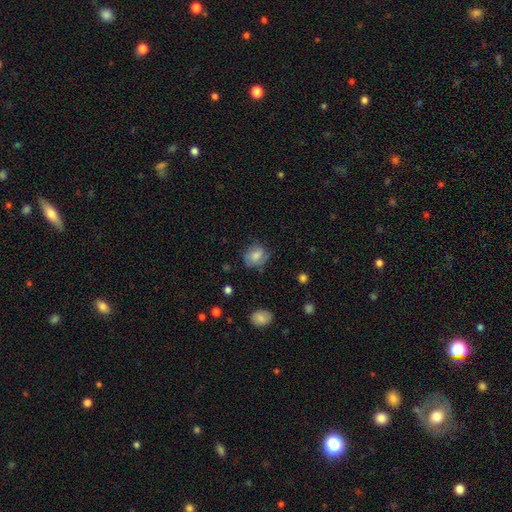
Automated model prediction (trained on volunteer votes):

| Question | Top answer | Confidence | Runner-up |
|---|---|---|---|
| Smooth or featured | smooth | 61% | featured or disk (30%) |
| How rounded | round | 61% | in between (38%) |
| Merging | none | 65% | minor disturbance (24%) |